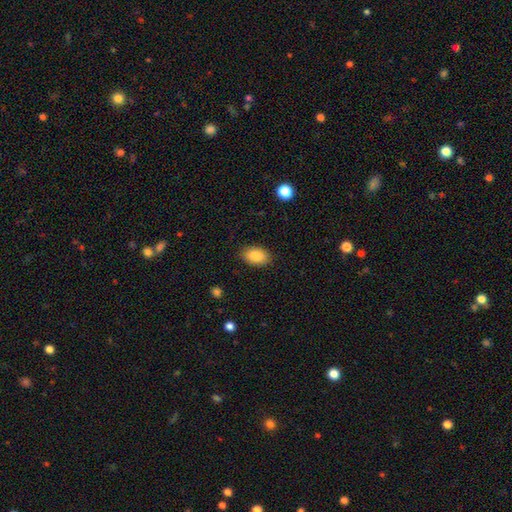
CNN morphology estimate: smooth-or-featured: smooth: 87% | star or artifact: 7% | featured or disk: 6%
  how-rounded: in between: 90% | round: 8% | cigar-shaped: 1%
  merging: none: 87% | minor disturbance: 10% | major disturbance: 2% | merger: 1%